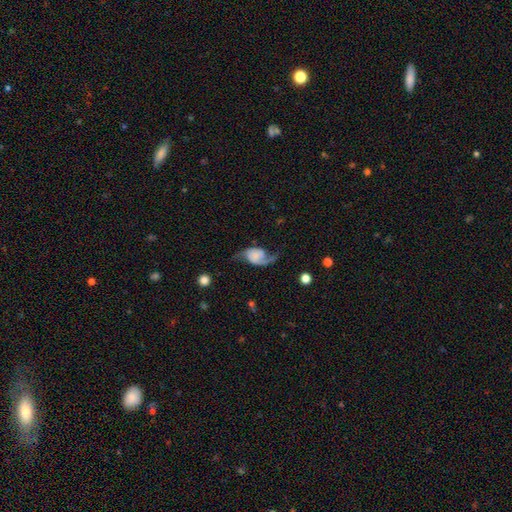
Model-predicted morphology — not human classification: This is likely a featured or disk galaxy (80%). It is clearly not viewed edge-on (97%). Bar: likely no (66%). Spiral arm pattern: clearly yes (95%). Spiral arm count: clearly 2 (88%). Spiral winding: likely loose (68%). Central bulge: possibly none (47%). Merging: possibly none (55%).